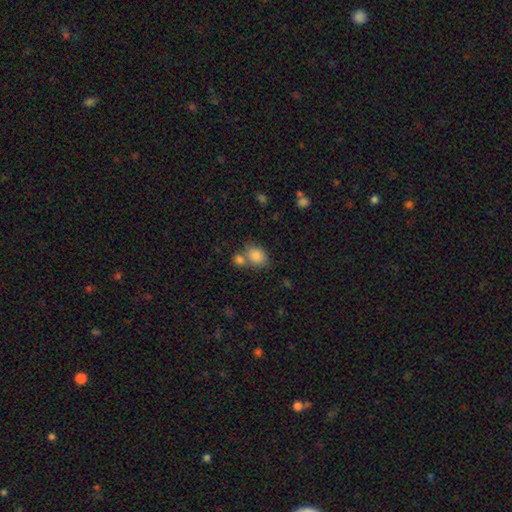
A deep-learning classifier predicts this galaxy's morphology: smooth-or-featured: smooth: 85% | star or artifact: 9% | featured or disk: 7%
  how-rounded: in between: 59% | round: 40% | cigar-shaped: 1%
  merging: none: 50% | merger: 33% | minor disturbance: 13% | major disturbance: 5%